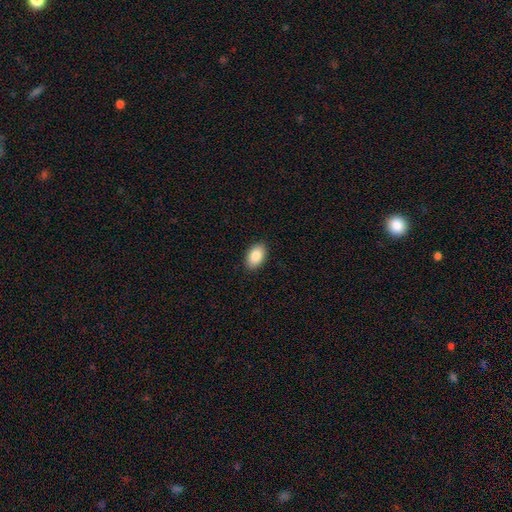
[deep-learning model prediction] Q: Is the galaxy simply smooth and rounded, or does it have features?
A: smooth — 87%.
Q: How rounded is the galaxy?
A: in between — 93%.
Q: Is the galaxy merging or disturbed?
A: none — 90%.